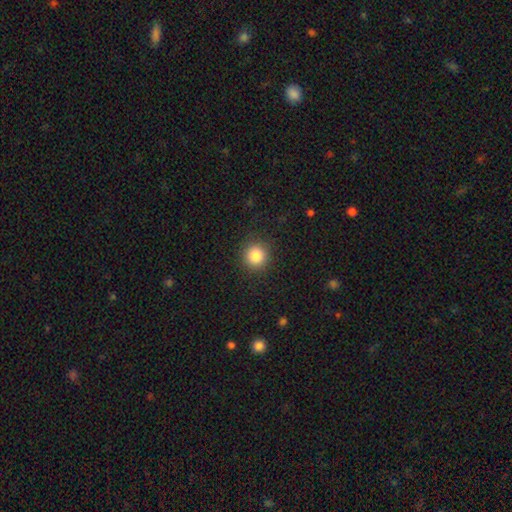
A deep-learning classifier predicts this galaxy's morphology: Smooth or featured?
  - smooth: 85% *
  - star or artifact: 10%
  - featured or disk: 5%
How rounded?
  - round: 93% *
  - in between: 6%
  - cigar-shaped: 1%
Merging?
  - none: 90% *
  - minor disturbance: 6%
  - major disturbance: 3%
  - merger: 1%